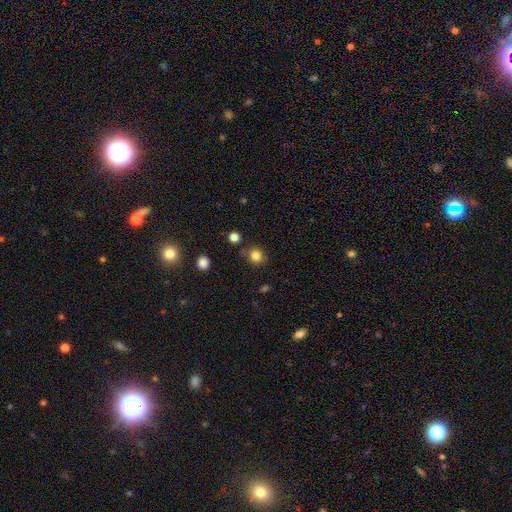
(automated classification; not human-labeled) A smooth galaxy with no disk features (83%) that is round (87%). Merging: none (79%).